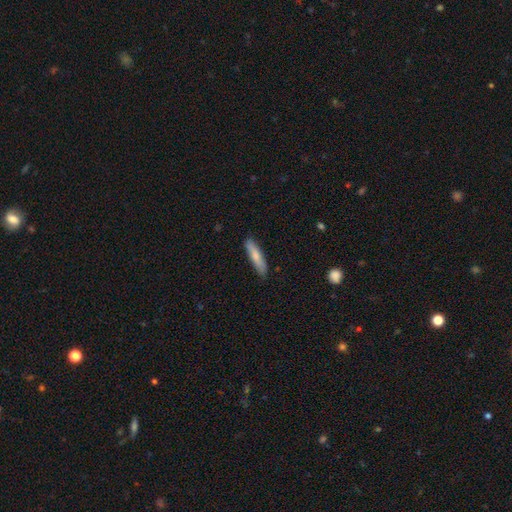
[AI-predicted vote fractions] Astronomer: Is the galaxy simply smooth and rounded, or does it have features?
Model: smooth — 75%.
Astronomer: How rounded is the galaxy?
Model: cigar-shaped — 82%.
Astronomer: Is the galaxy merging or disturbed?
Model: none — 85%.